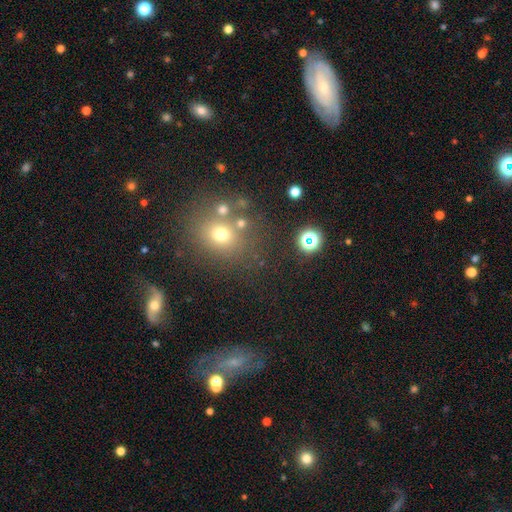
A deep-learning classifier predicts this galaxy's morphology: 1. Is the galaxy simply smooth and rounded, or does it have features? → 48% smooth, 36% star or artifact, 17% featured or disk.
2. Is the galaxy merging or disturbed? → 66% none, 15% merger, 13% minor disturbance, 6% major disturbance.